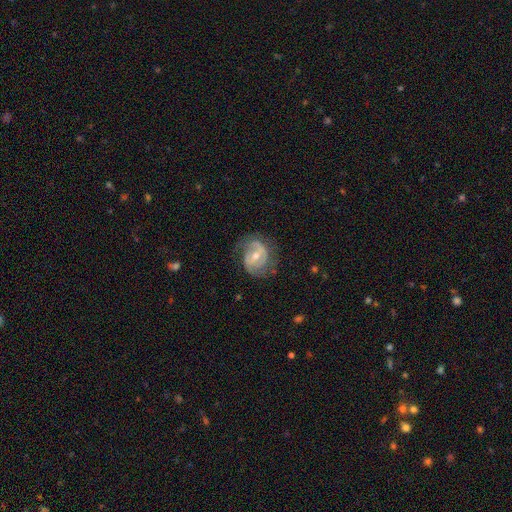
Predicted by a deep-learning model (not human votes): Smooth or featured: featured or disk — 81% (smooth — 12%)
Edge-on disk: no — 97% (yes — 3%)
Bar: weak — 45% (no — 32%)
Spiral arms: yes — 90% (no — 10%)
Spiral winding: tight — 44% (medium — 41%)
Spiral arm count: 2 — 68% (can't tell — 16%)
Bulge size: moderate — 55% (small — 41%)
Merging: none — 68% (minor disturbance — 20%)